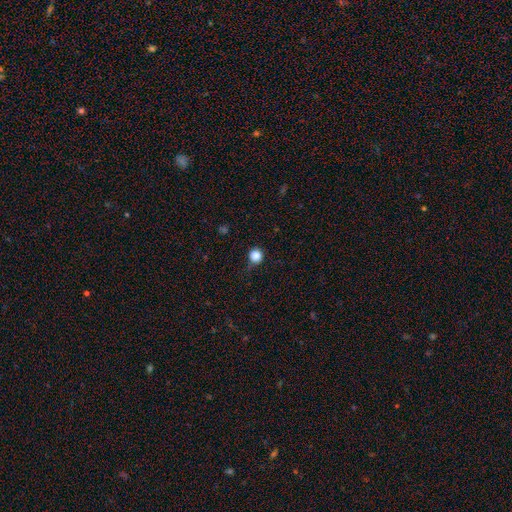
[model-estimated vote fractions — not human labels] Overall: smooth (84%). How rounded: round (94%). Merging: none (80%).